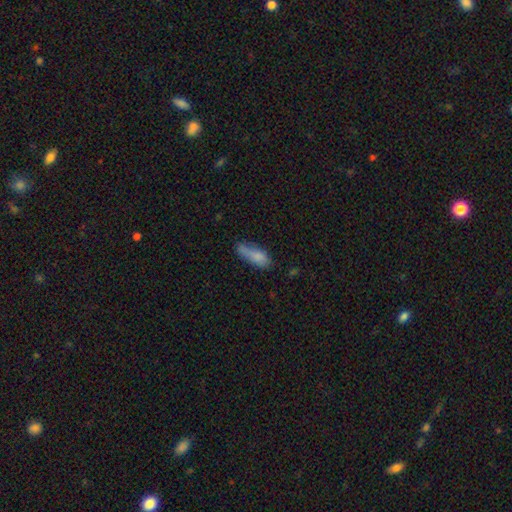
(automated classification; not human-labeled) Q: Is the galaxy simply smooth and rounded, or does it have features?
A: smooth — 80%.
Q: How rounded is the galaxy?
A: in between — 63%.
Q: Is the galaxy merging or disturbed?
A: none — 45%.